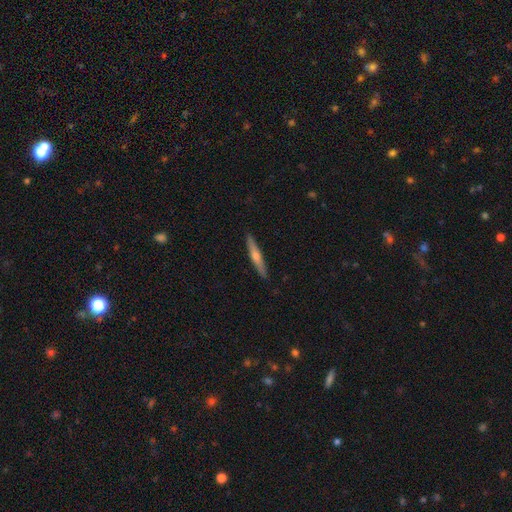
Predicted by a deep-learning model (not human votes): Smooth or featured?
  - featured or disk: 53% *
  - smooth: 41%
  - star or artifact: 6%
Edge-on disk?
  - yes: 96% *
  - no: 4%
Edge-on bulge?
  - rounded: 82% *
  - none: 14%
  - boxy: 5%
Merging?
  - none: 91% *
  - minor disturbance: 6%
  - major disturbance: 1%
  - merger: 1%